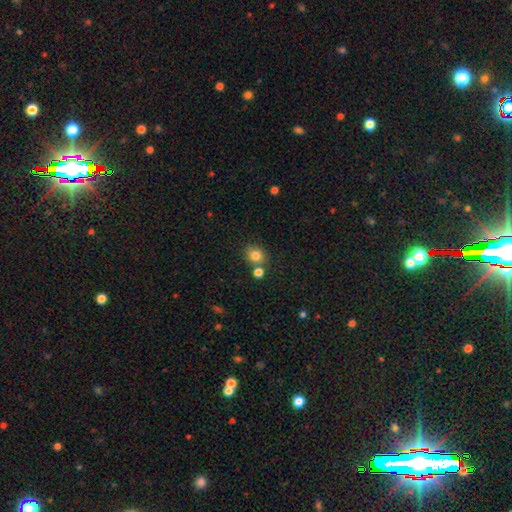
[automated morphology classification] Smooth or featured: smooth — 81% (star or artifact — 12%)
How rounded: round — 70% (in between — 29%)
Merging: none — 70% (merger — 17%)